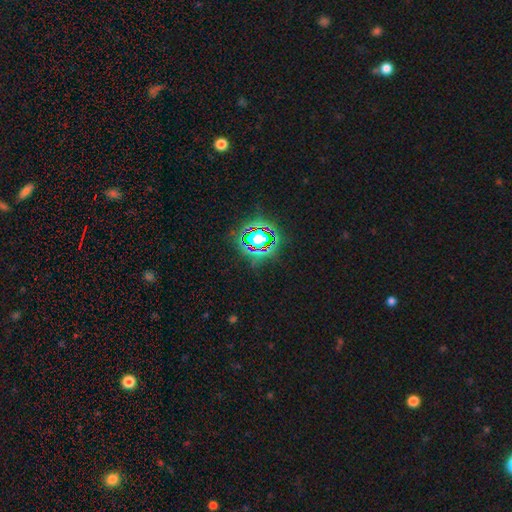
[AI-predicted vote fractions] The model was most divided on "smooth or featured": star or artifact: 78%, smooth: 13%, featured or disk: 9%.